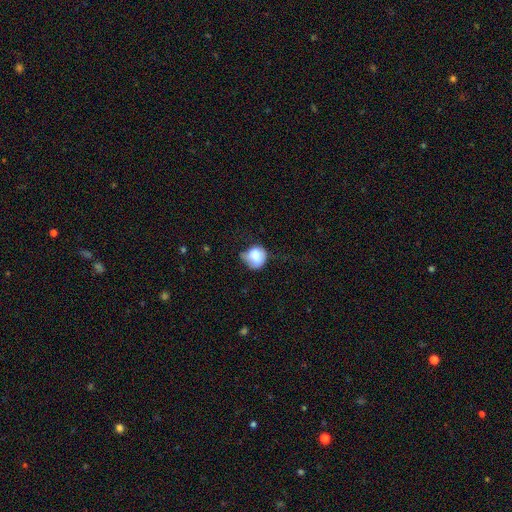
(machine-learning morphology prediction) smooth-or-featured: smooth: 78% | featured or disk: 13% | star or artifact: 9%
  how-rounded: round: 72% | in between: 27% | cigar-shaped: 1%
  merging: minor disturbance: 40% | none: 35% | major disturbance: 21% | merger: 4%